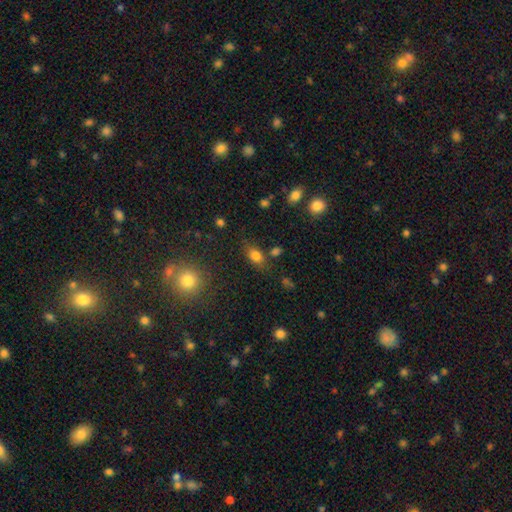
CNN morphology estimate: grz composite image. It shows a smooth galaxy with no disk features (79%) that is in between round and cigar-shaped (80%). Merging: none (72%).